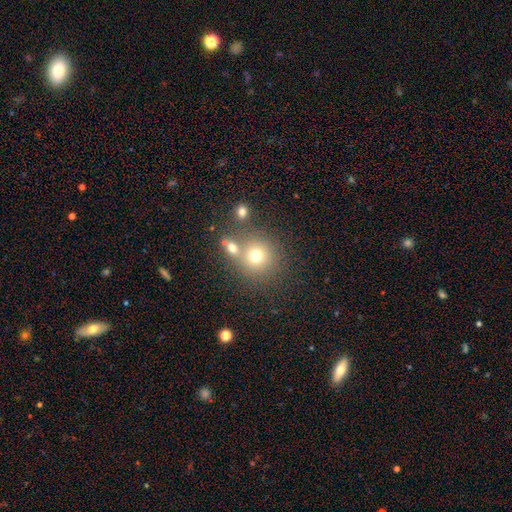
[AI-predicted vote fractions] Overall: smooth (72%). How rounded: round (88%). Merging: none (57%; merger 31%).